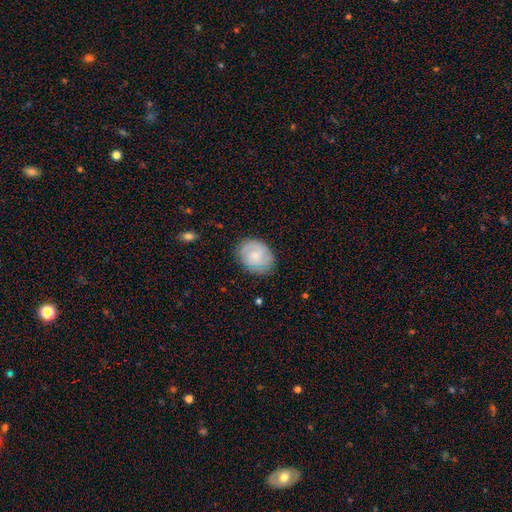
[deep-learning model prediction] A featured or disk galaxy (63%) with no bar (63%), 2 (54%) tight (59%) spiral arms (91%) and a small central bulge (68%). Merging: none (79%).